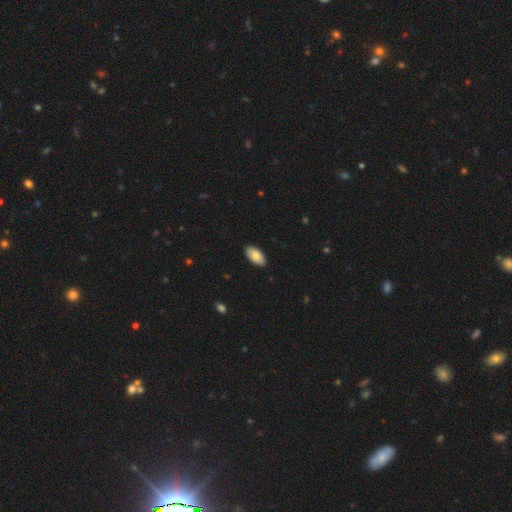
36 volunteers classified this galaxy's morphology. type=smooth (81%); roundness=in between (97%); merging=none (85%).